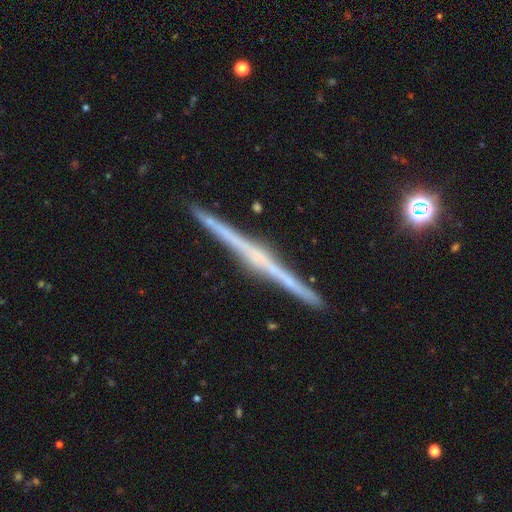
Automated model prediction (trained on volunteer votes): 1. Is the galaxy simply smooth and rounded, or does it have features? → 80% featured or disk, 14% smooth, 5% star or artifact.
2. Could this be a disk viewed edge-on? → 99% yes, 1% no.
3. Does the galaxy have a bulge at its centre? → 55% none, 32% rounded, 13% boxy.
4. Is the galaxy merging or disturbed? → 92% none, 6% minor disturbance, 1% merger, 1% major disturbance.